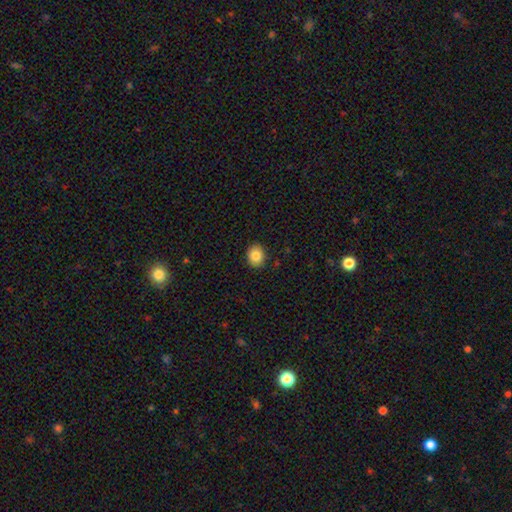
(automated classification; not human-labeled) Smooth or featured: smooth — 85% (star or artifact — 9%)
How rounded: round — 55% (in between — 45%)
Merging: none — 90% (minor disturbance — 7%)